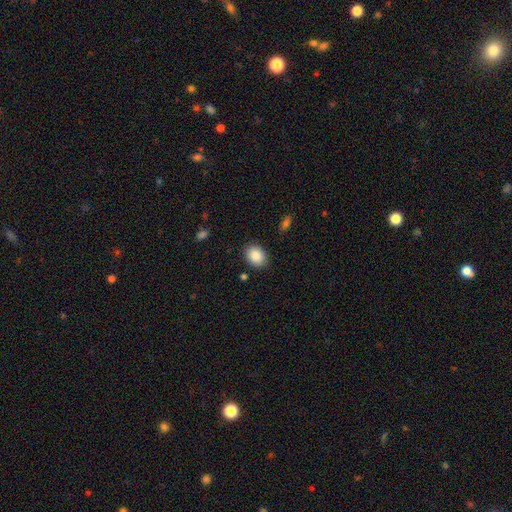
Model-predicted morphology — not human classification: smooth_or_featured: smooth (p=0.88) [alt: star or artifact p=0.07]
how_rounded: in between (p=0.69) [alt: round p=0.30]
merging: none (p=0.86) [alt: minor disturbance p=0.10]